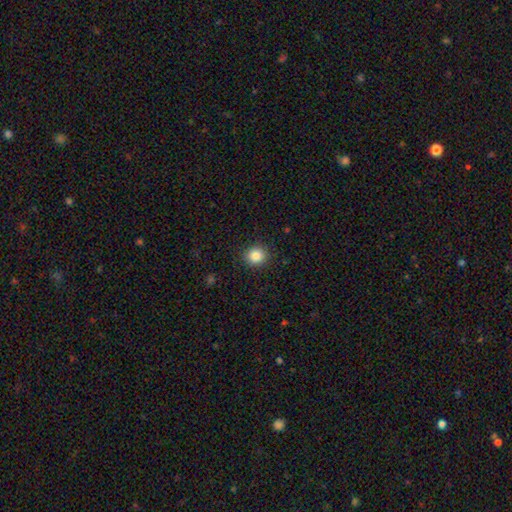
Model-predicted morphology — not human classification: Q: Smooth or featured?
A: smooth (85%); runner-up: star or artifact (10%)
Q: How rounded?
A: round (88%); runner-up: in between (11%)
Q: Merging?
A: none (90%); runner-up: minor disturbance (7%)